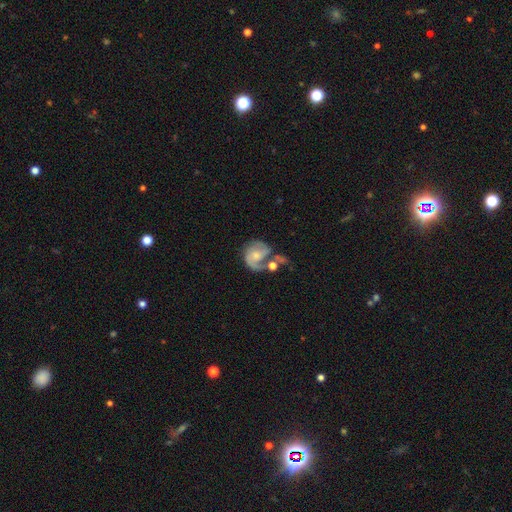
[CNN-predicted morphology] Overall: featured or disk (78%). Edge-on disk: no (98%). Bar: no (63%; weak 31%). Spiral arms: yes (93%). Spiral arm count: 2 (68%). Spiral winding: medium (48%; tight 31%). Bulge size: moderate (43%; small 42%). Merging: none (38%; merger 25%).